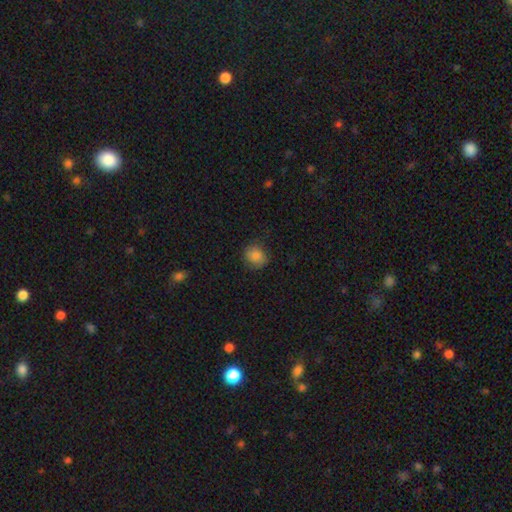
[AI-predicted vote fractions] A smooth galaxy with no disk features (85%) that is round (73%). Merging: none (78%).